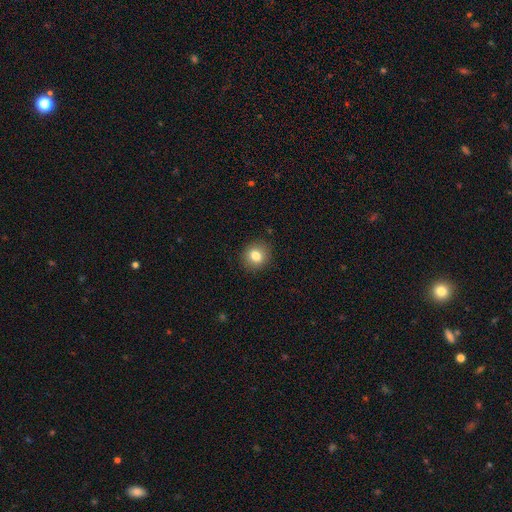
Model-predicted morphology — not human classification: Q: Smooth or featured?
A: smooth (81%); runner-up: star or artifact (10%)
Q: How rounded?
A: round (83%); runner-up: in between (16%)
Q: Merging?
A: none (90%); runner-up: minor disturbance (7%)